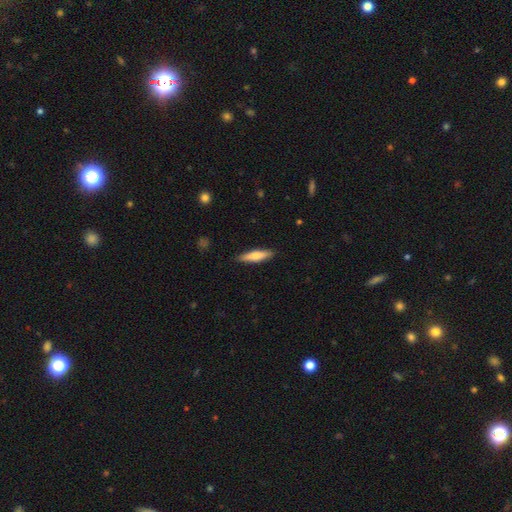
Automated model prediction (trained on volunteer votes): Smooth or featured? smooth (68%)
How rounded? cigar-shaped (77%)
Merging? none (90%)